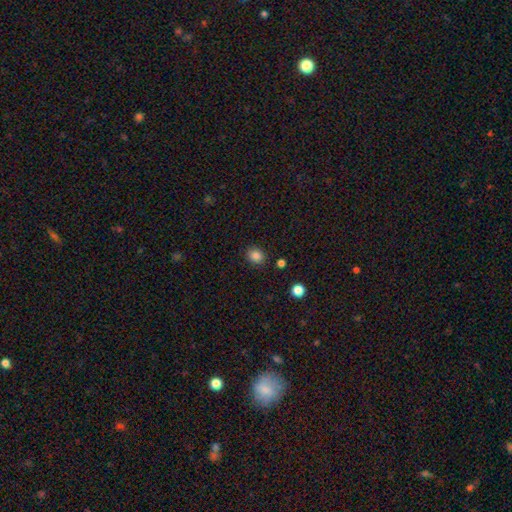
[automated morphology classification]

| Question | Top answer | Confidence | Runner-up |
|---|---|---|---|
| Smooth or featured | smooth | 85% | star or artifact (11%) |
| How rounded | round | 54% | in between (45%) |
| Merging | none | 86% | minor disturbance (9%) |